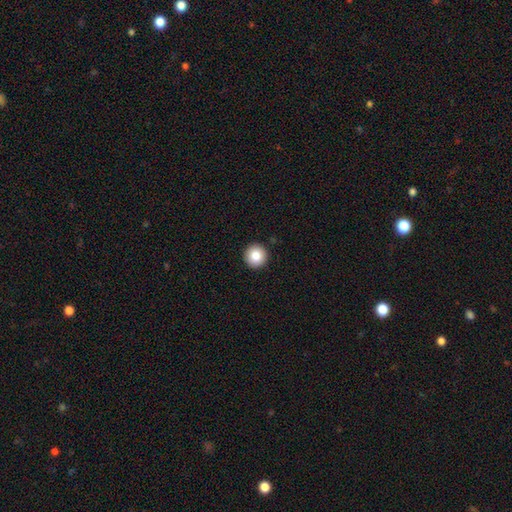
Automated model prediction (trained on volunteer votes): This is clearly a smooth galaxy (84%). How rounded: clearly round (96%). Merging: clearly none (93%).